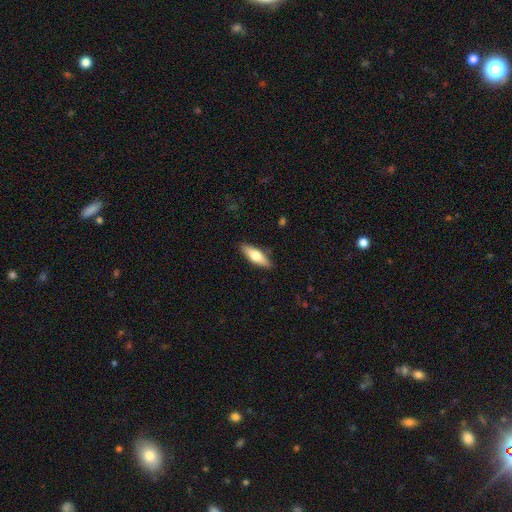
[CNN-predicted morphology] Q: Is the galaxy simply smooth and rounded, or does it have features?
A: smooth — 63%.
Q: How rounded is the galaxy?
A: in between — 57%.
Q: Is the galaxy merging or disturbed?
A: none — 87%.